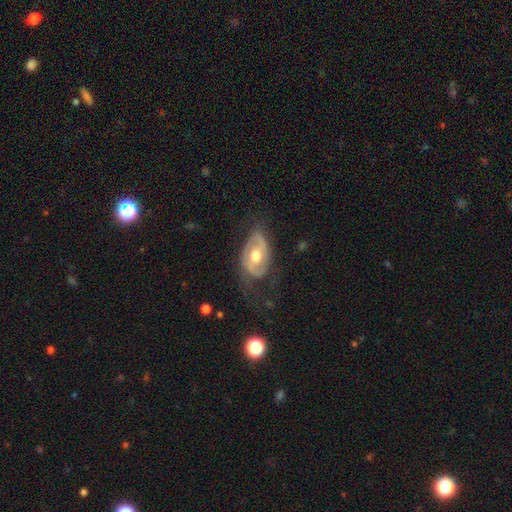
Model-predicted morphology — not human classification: A featured or disk galaxy (74%) with no bar (50%), 2 (74%) medium (42%) spiral arms (73%) and a moderate central bulge (76%). Merging: none (61%).